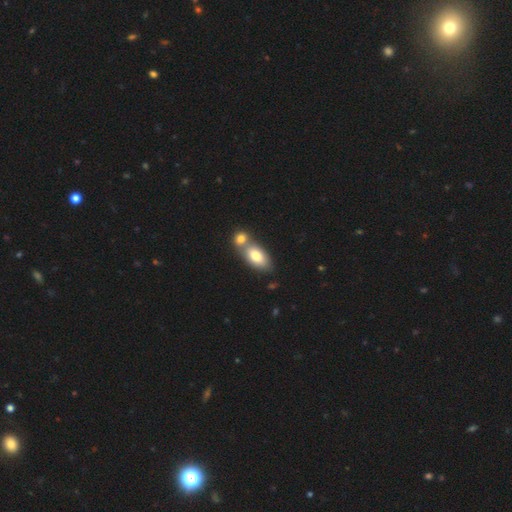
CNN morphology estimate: smooth-or-featured: smooth: 77% | featured or disk: 16% | star or artifact: 7%
  how-rounded: in between: 91% | round: 5% | cigar-shaped: 4%
  merging: merger: 54% | none: 36% | minor disturbance: 8% | major disturbance: 3%